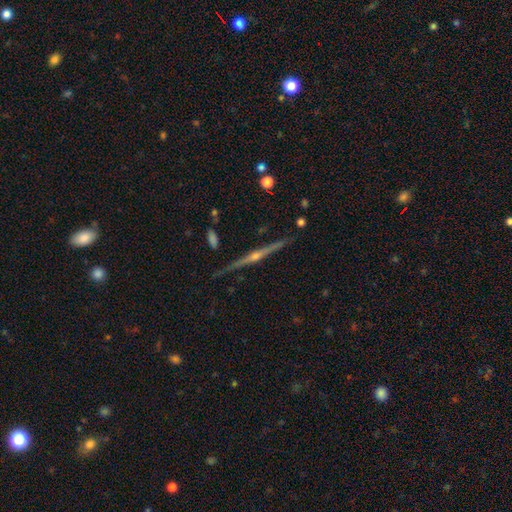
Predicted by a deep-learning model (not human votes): Overall: featured or disk (85%). Edge-on disk: yes (98%). Edge-on bulge: rounded (89%). Merging: none (87%).